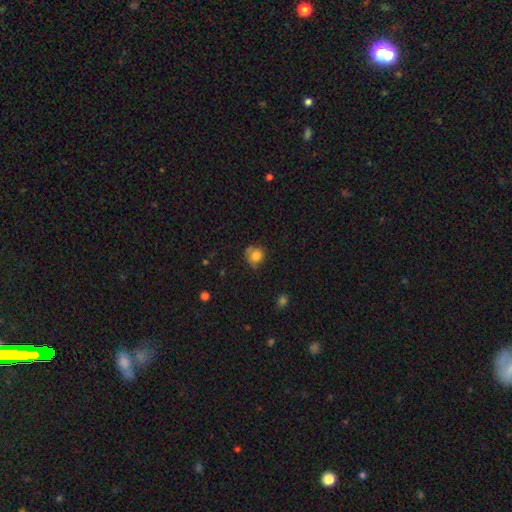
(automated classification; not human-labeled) Smooth or featured? smooth (81%)
How rounded? round (82%)
Merging? none (59%)